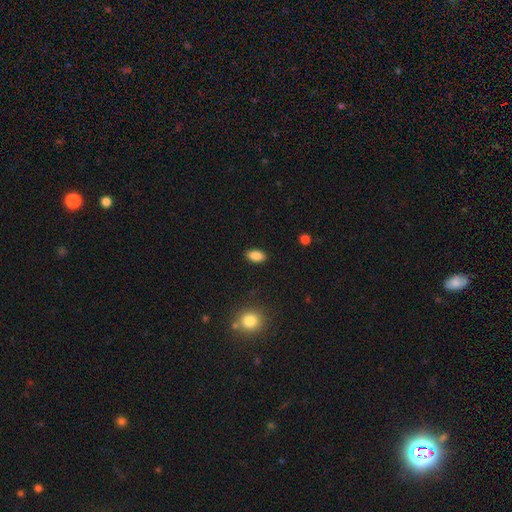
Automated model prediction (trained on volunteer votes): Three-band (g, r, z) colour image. It shows a smooth galaxy with no disk features (87%) that is in between round and cigar-shaped (91%). Merging: none (89%).